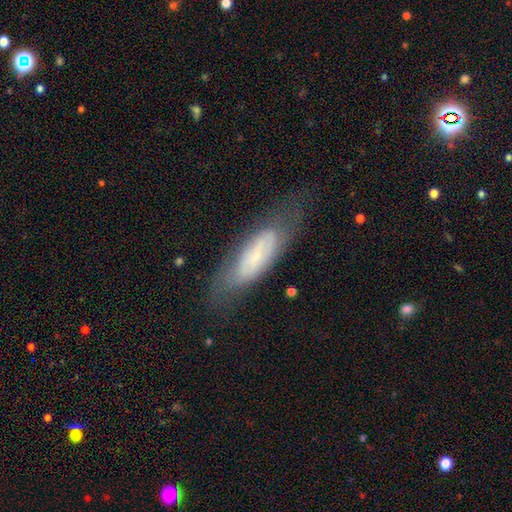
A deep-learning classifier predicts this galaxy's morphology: The model was most divided on "smooth or featured": featured or disk: 49%, smooth: 43%, star or artifact: 8%. More confident: merging — none (60%).